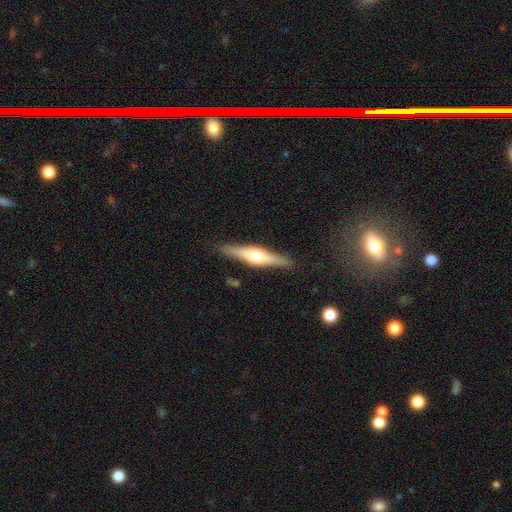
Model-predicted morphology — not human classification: type=featured or disk (70%); edge-on=yes (97%); edge-on bulge=rounded (88%); merging=none (89%).